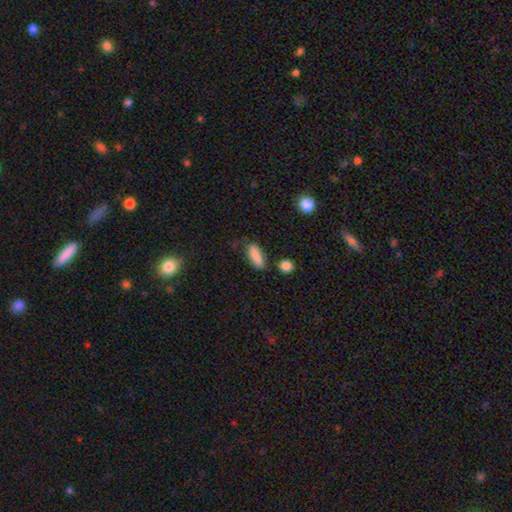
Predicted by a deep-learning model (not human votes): smooth 86%, star or artifact 7%, featured or disk 6%. Down the decision tree: how rounded — in between (63%); merging — none (68%).